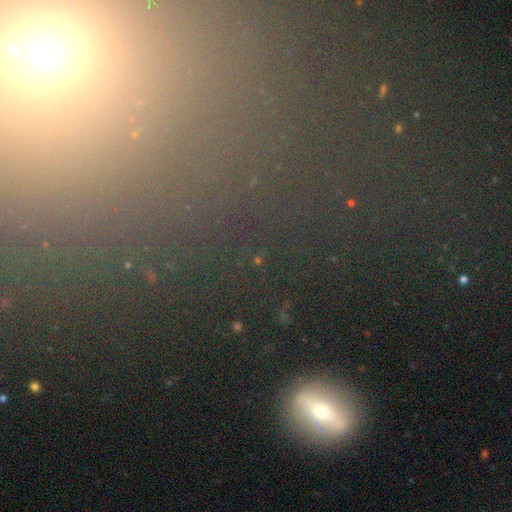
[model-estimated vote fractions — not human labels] smooth_or_featured: star or artifact (p=0.51) [alt: smooth p=0.32]